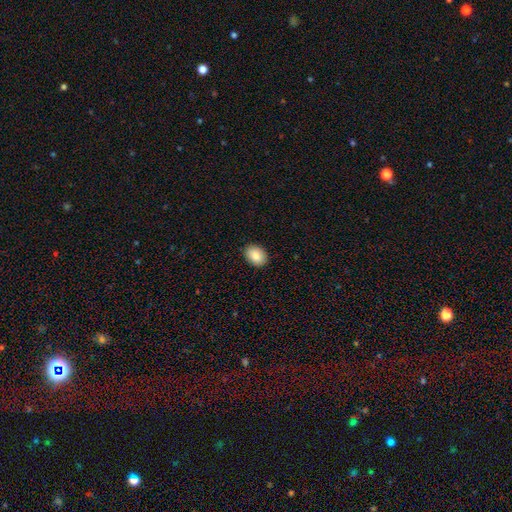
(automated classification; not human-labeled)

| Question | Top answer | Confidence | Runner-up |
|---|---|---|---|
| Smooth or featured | smooth | 85% | star or artifact (7%) |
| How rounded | in between | 71% | round (28%) |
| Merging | none | 90% | minor disturbance (8%) |